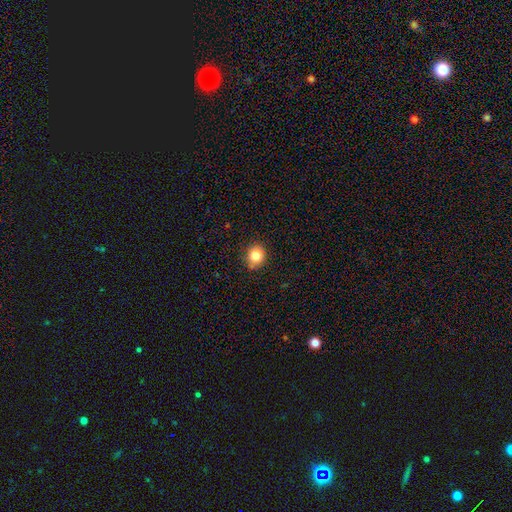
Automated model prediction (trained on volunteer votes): This appears to be a smooth galaxy with no disk features (83%) that is round (82%). Merging: none (81%).